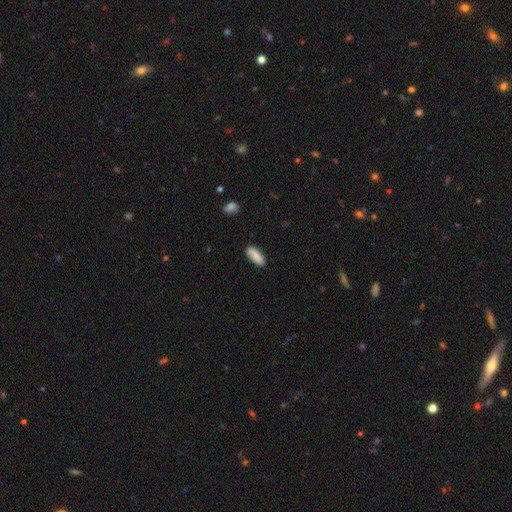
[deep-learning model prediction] Smooth or featured? Predicted: smooth (p=0.83). How rounded? Predicted: in between (p=0.73). Merging? Predicted: none (p=0.82).